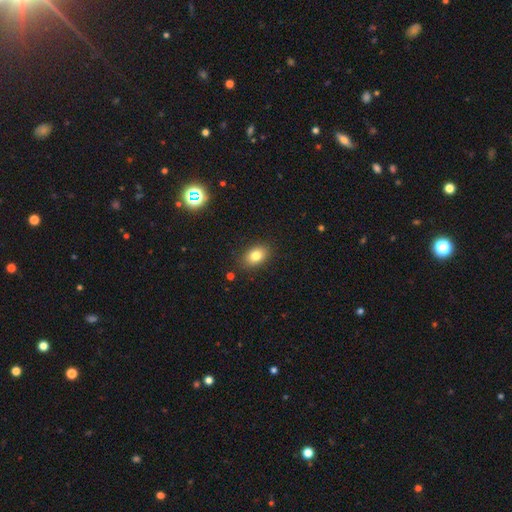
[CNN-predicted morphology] Overall: smooth (81%). How rounded: in between (80%). Merging: none (86%).